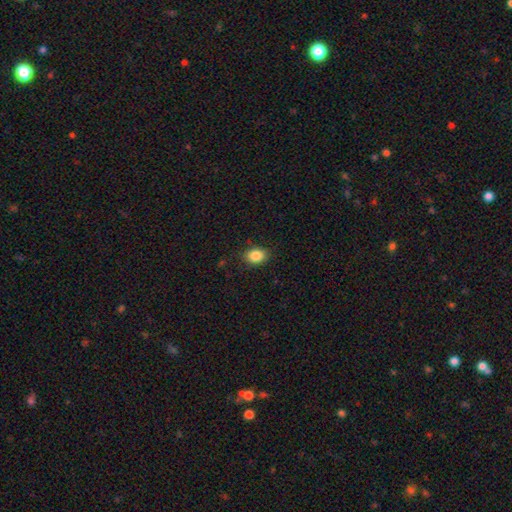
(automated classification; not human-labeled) Smooth or featured? smooth (86%)
How rounded? in between (66%)
Merging? none (84%)